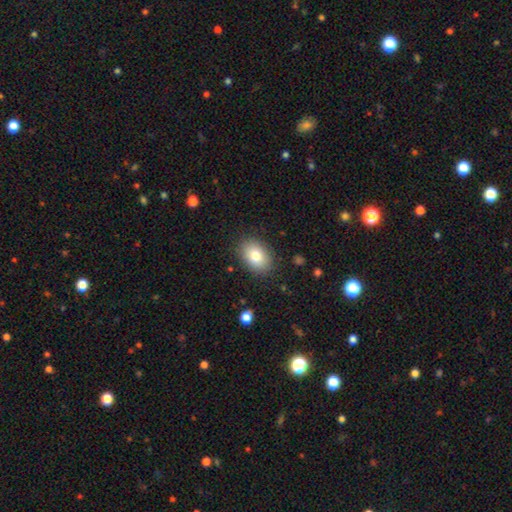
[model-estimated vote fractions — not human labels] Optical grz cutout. It shows a smooth galaxy with no disk features (80%) that is in between round and cigar-shaped (80%). Merging: none (87%).